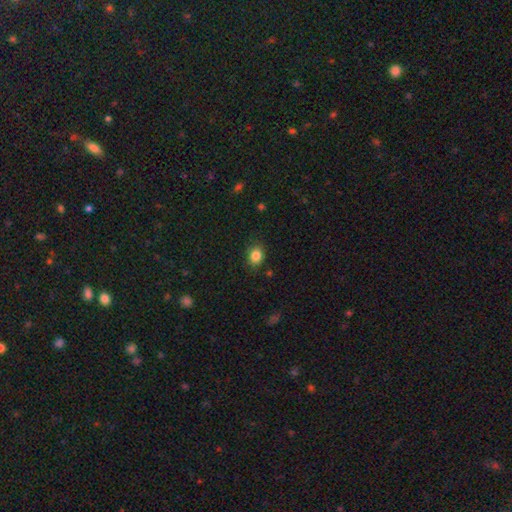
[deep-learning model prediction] Smooth or featured: smooth — 85% (star or artifact — 10%)
How rounded: in between — 55% (round — 44%)
Merging: none — 84% (minor disturbance — 12%)